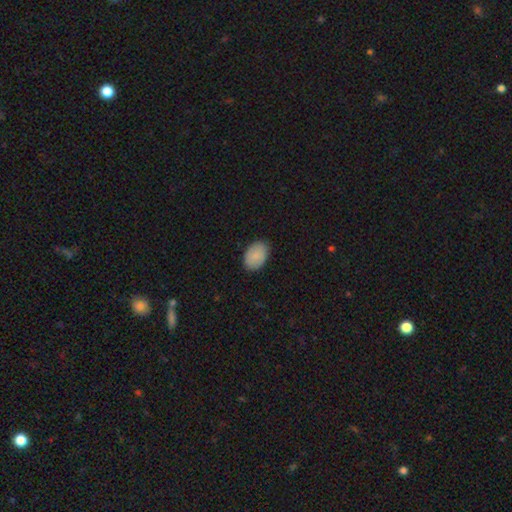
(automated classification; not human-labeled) smooth-or-featured: smooth: 88% | star or artifact: 6% | featured or disk: 6%
  how-rounded: in between: 84% | round: 15% | cigar-shaped: 1%
  merging: none: 86% | minor disturbance: 11% | major disturbance: 2% | merger: 1%